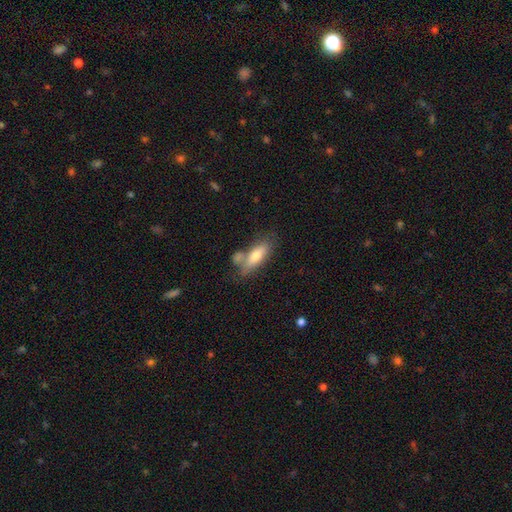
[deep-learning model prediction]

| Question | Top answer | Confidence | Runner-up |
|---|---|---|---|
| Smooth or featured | smooth | 69% | featured or disk (24%) |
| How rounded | in between | 64% | cigar-shaped (33%) |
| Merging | none | 53% | merger (23%) |